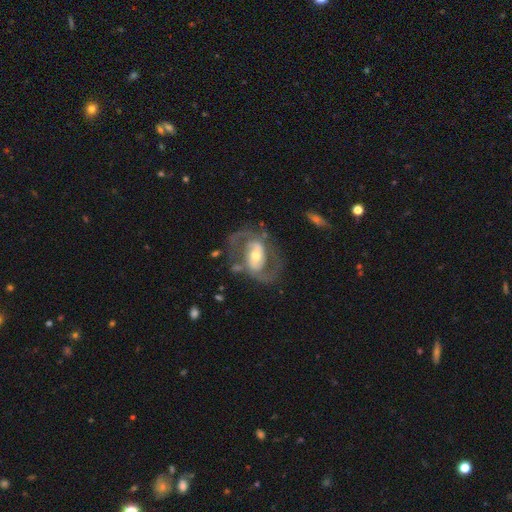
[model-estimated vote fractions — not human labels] Overall: featured or disk (85%). Edge-on disk: no (96%). Bar: weak (36%; no 34%). Spiral arms: yes (88%). Spiral arm count: 2 (88%). Spiral winding: medium (54%; loose 25%). Bulge size: moderate (64%; small 24%). Merging: none (67%).